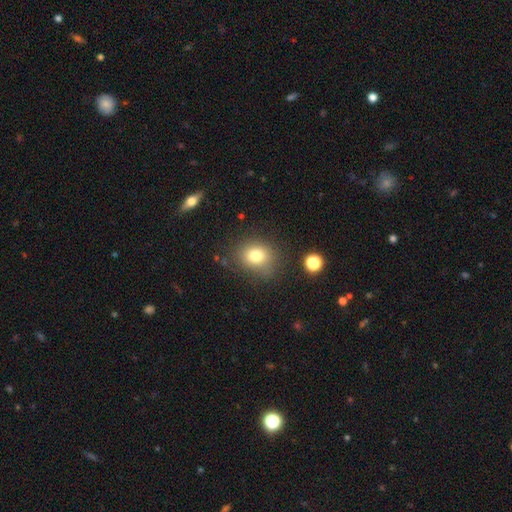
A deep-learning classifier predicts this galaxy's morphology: smooth_or_featured: smooth (p=0.77) [alt: star or artifact p=0.13]
how_rounded: round (p=0.63) [alt: in between p=0.36]
merging: none (p=0.77) [alt: minor disturbance p=0.15]